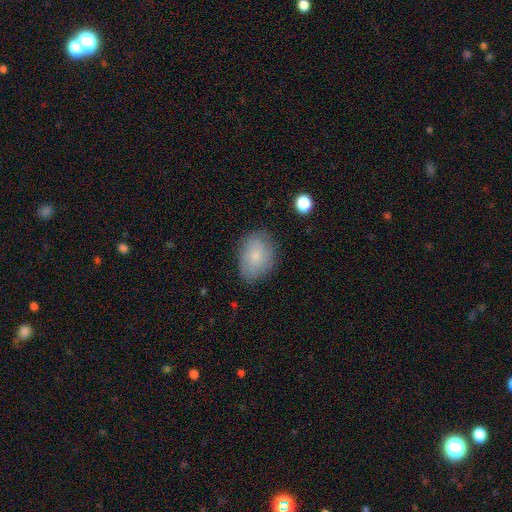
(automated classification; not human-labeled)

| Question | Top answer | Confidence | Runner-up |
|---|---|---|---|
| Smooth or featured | smooth | 74% | featured or disk (18%) |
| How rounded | in between | 74% | round (25%) |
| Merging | none | 76% | minor disturbance (18%) |